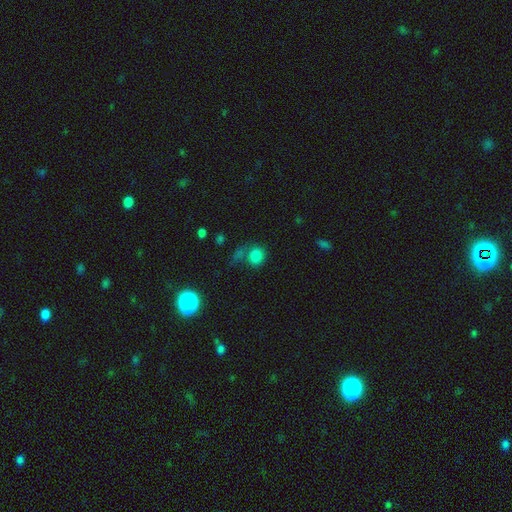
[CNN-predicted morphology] Smooth or featured? Predicted: smooth (p=0.79). How rounded? Predicted: round (p=0.73). Merging? Predicted: none (p=0.54).